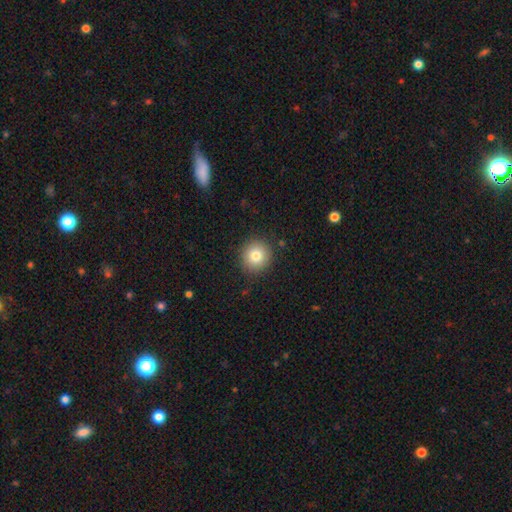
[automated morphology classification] smooth-or-featured: smooth: 81% | star or artifact: 11% | featured or disk: 9%
  how-rounded: round: 92% | in between: 7% | cigar-shaped: 1%
  merging: none: 89% | minor disturbance: 8% | major disturbance: 2% | merger: 1%